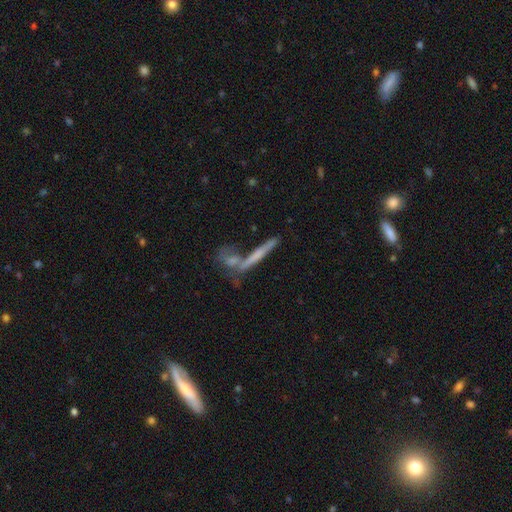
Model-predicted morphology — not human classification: type=featured or disk (48%); merging=none (55%).